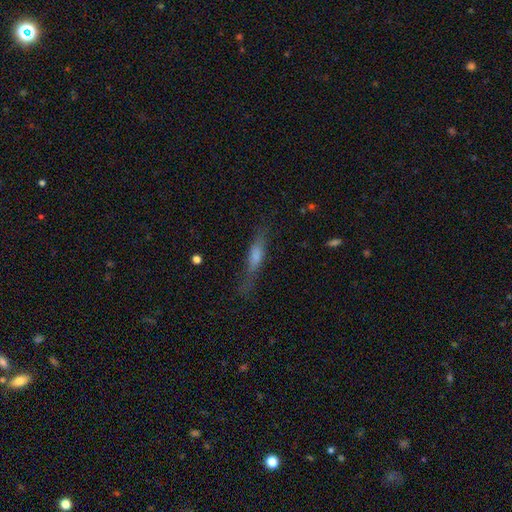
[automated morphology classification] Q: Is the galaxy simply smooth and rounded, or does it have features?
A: smooth — 49%.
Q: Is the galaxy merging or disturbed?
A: none — 68%.